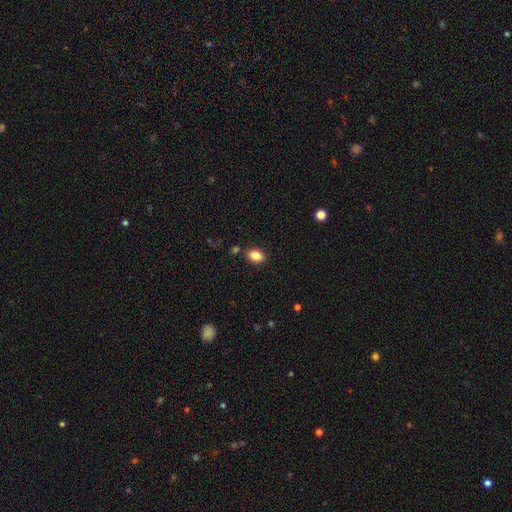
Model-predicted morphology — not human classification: Smooth or featured? Predicted: smooth (p=0.85). How rounded? Predicted: in between (p=0.80). Merging? Predicted: none (p=0.83).